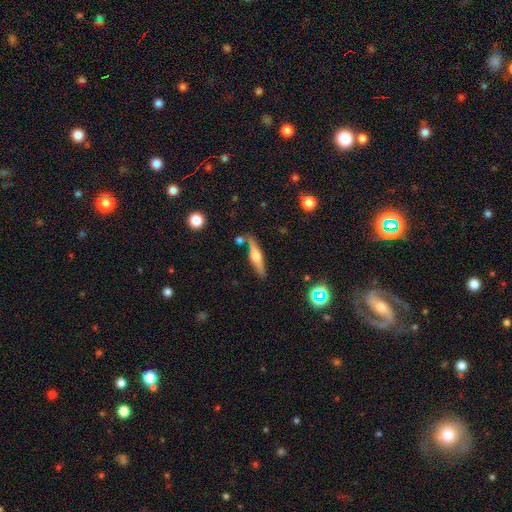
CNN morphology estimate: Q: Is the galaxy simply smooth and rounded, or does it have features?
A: featured or disk — 59%.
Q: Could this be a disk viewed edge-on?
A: yes — 95%.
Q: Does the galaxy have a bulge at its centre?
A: rounded — 91%.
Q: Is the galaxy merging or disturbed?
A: none — 79%.